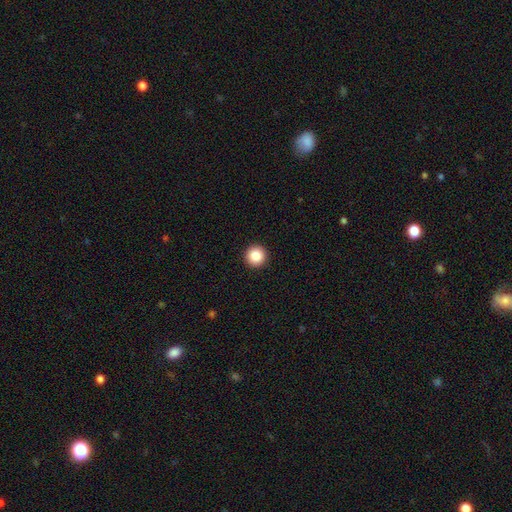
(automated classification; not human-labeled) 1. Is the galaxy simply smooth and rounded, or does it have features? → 87% smooth, 9% star or artifact, 4% featured or disk.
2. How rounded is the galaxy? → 96% round, 3% in between, 1% cigar-shaped.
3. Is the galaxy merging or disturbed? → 94% none, 4% minor disturbance, 1% major disturbance, 1% merger.